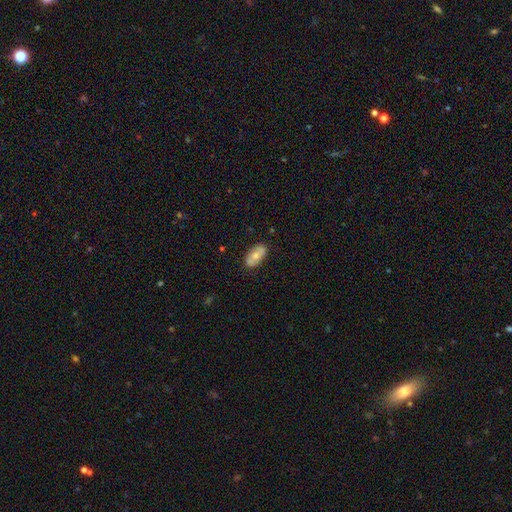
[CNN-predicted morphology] Smooth or featured? smooth (61%)
How rounded? in between (92%)
Merging? none (81%)